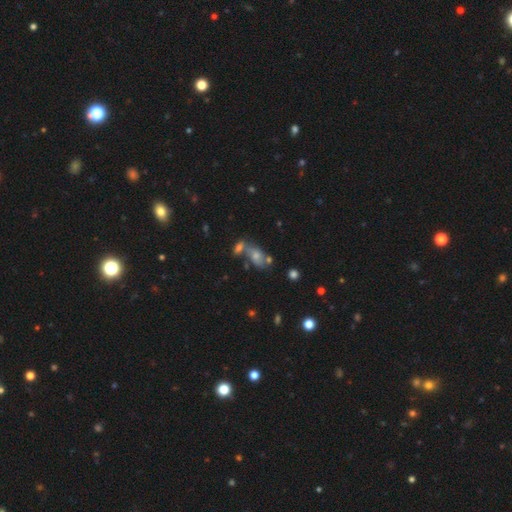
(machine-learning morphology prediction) Smooth or featured? smooth (58%)
How rounded? in between (81%)
Merging? merger (41%)